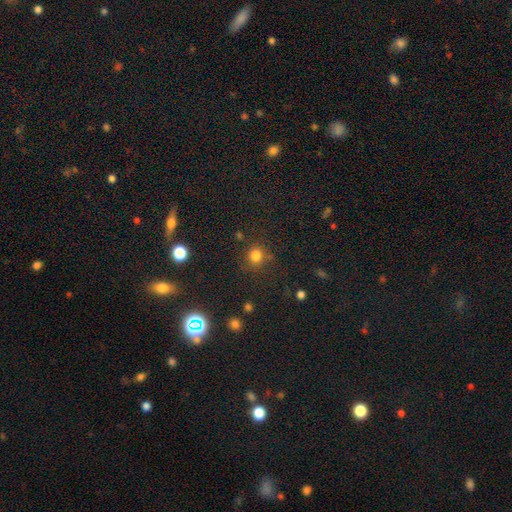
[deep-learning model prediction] A smooth galaxy with no disk features (78%) that is round (86%).

Vote fractions:
- Smooth or featured? smooth: 78% / star or artifact: 17% / featured or disk: 5%
- How rounded? round: 86% / in between: 13% / cigar-shaped: 1%
- Merging? none: 79% / minor disturbance: 12% / major disturbance: 5% / merger: 5%